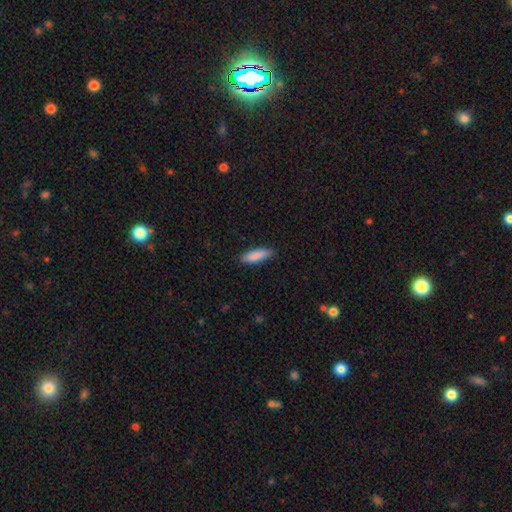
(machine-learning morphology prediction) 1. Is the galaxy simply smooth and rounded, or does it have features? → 88% smooth, 6% featured or disk, 6% star or artifact.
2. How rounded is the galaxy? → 50% cigar-shaped, 49% in between, 2% round.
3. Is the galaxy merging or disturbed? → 86% none, 11% minor disturbance, 2% major disturbance, 1% merger.